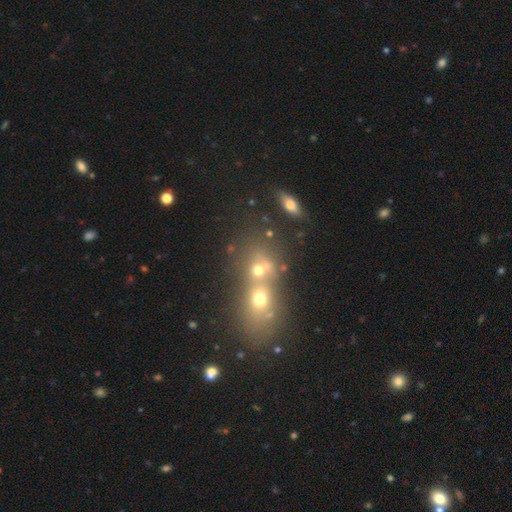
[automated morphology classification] A smooth galaxy with no disk features (48%). Merging: merger (68%).